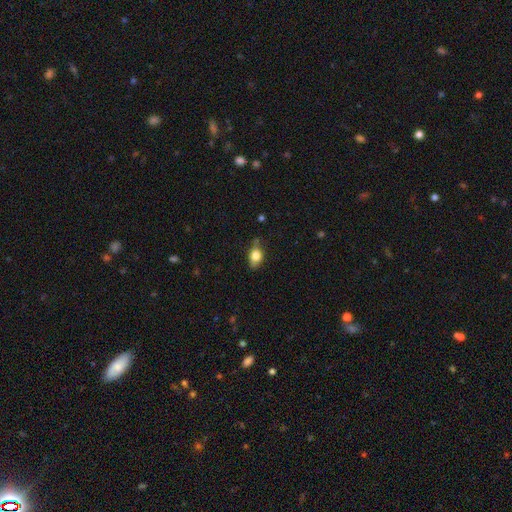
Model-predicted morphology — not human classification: smooth_or_featured: smooth (p=0.76) [alt: featured or disk p=0.15]
how_rounded: in between (p=0.69) [alt: round p=0.27]
merging: none (p=0.62) [alt: minor disturbance p=0.29]